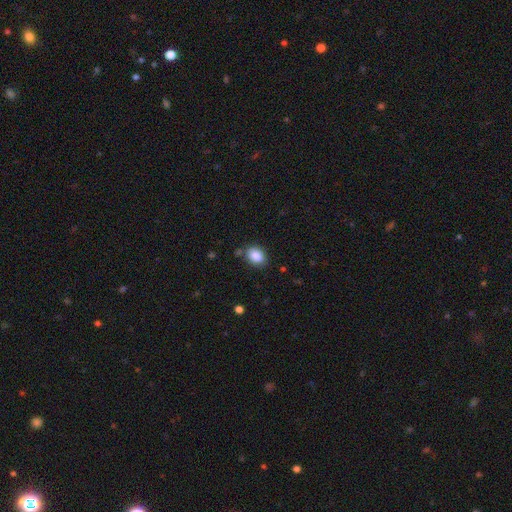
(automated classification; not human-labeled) This is clearly a smooth galaxy (87%). How rounded: likely in between (63%). Merging: likely none (77%).